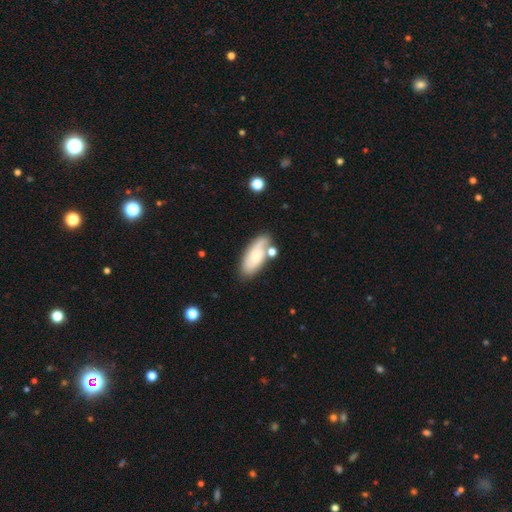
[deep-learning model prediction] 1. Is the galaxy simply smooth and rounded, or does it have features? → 56% smooth, 37% featured or disk, 7% star or artifact.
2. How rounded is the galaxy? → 85% in between, 12% cigar-shaped, 3% round.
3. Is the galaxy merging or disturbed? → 55% none, 20% minor disturbance, 17% merger, 8% major disturbance.